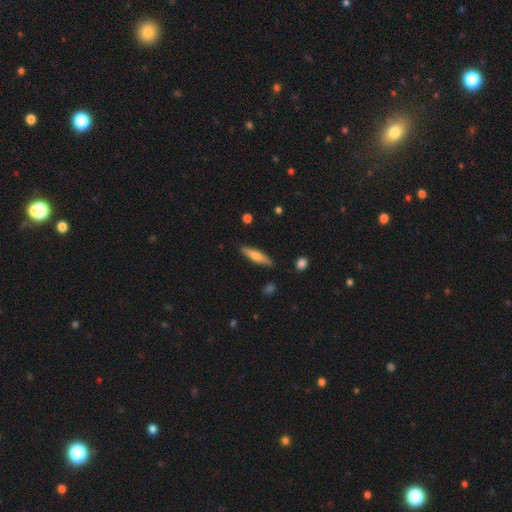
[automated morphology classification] Smooth or featured? Predicted: smooth (p=0.62). How rounded? Predicted: cigar-shaped (p=0.78). Merging? Predicted: none (p=0.88).